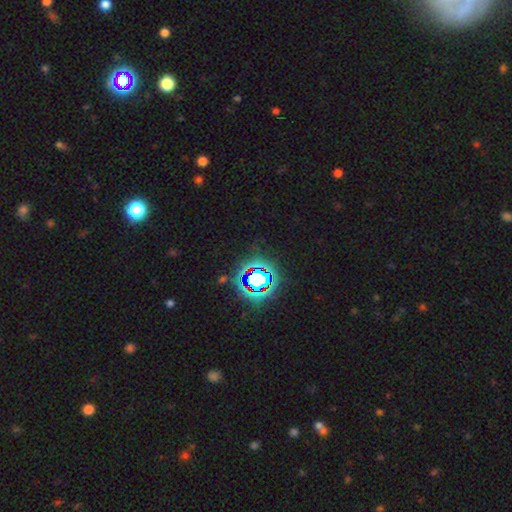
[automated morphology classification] This appears to be a star or artifact, not a galaxy (79%).